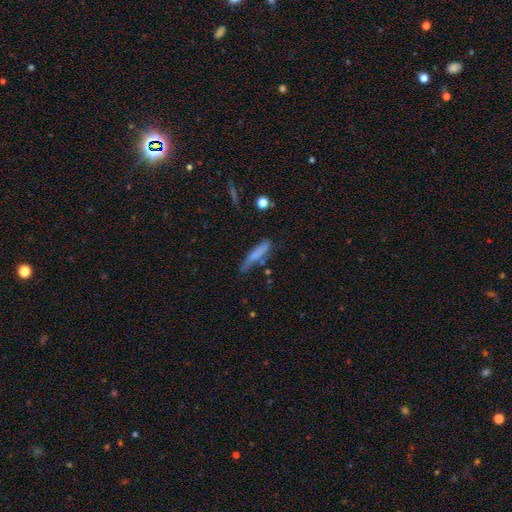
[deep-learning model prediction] Smooth or featured? smooth (66%)
How rounded? cigar-shaped (87%)
Merging? none (60%)